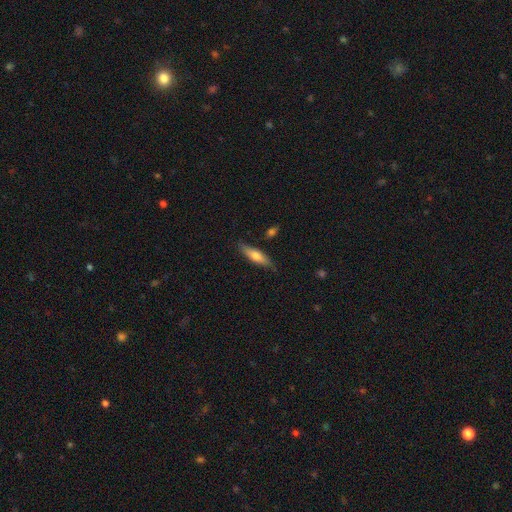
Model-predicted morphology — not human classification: The model was most divided on "smooth or featured": smooth: 63%, featured or disk: 31%, star or artifact: 6%. More confident: merging — none (82%); how rounded — cigar-shaped (66%).